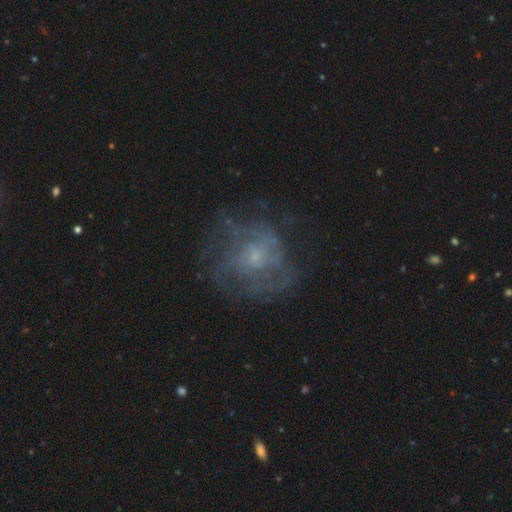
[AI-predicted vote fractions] Q: Smooth or featured?
A: featured or disk (64%); runner-up: smooth (21%)
Q: Edge-on disk?
A: no (98%); runner-up: yes (2%)
Q: Bar?
A: no (77%); runner-up: weak (20%)
Q: Spiral arms?
A: yes (63%); runner-up: no (37%)
Q: Bulge size?
A: small (64%); runner-up: moderate (23%)
Q: Merging?
A: none (63%); runner-up: major disturbance (18%)